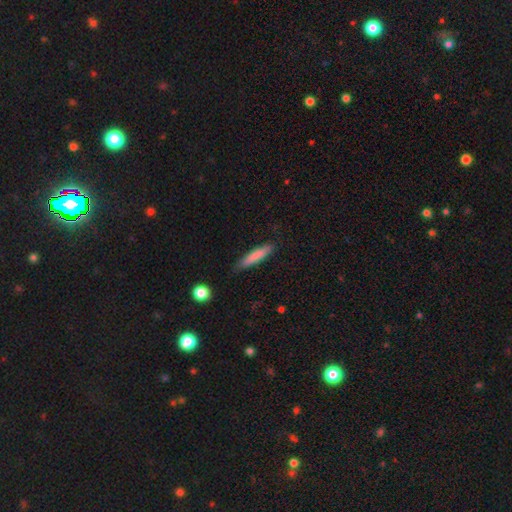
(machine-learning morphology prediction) Smooth or featured?
  - smooth: 80% *
  - featured or disk: 14%
  - star or artifact: 6%
How rounded?
  - cigar-shaped: 88% *
  - in between: 11%
  - round: 1%
Merging?
  - none: 82% *
  - minor disturbance: 15%
  - major disturbance: 2%
  - merger: 1%